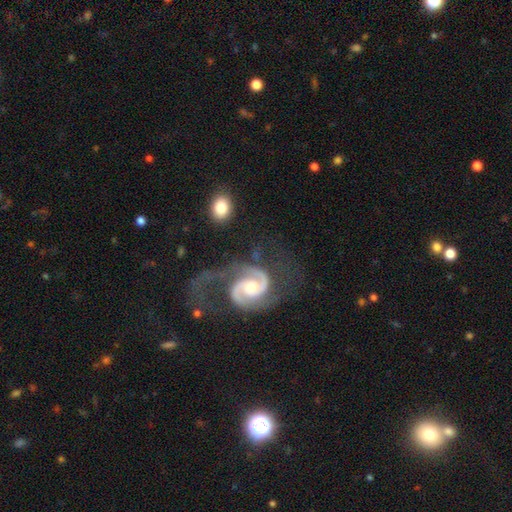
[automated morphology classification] Smooth or featured: featured or disk — 89% (star or artifact — 6%)
Edge-on disk: no — 98% (yes — 2%)
Bar: weak — 42% (no — 41%)
Spiral arms: yes — 97% (no — 3%)
Spiral winding: medium — 54% (tight — 23%)
Spiral arm count: 2 — 85% (1 — 5%)
Bulge size: moderate — 54% (small — 34%)
Merging: none — 64% (major disturbance — 17%)